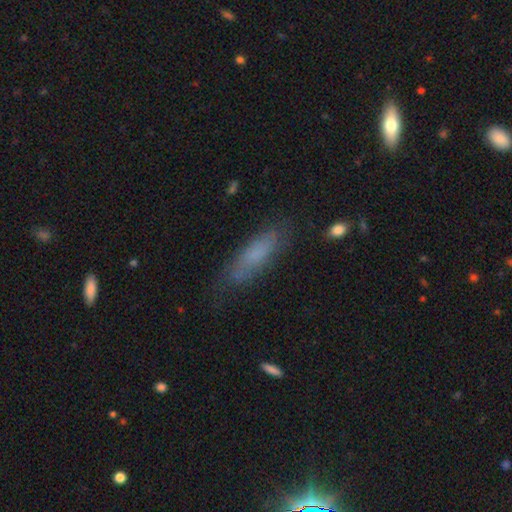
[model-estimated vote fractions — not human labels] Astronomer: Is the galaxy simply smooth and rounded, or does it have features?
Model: smooth — 66%.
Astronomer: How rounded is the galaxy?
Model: cigar-shaped — 61% (runner-up: in between, 37%).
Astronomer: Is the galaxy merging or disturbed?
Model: none — 74%.